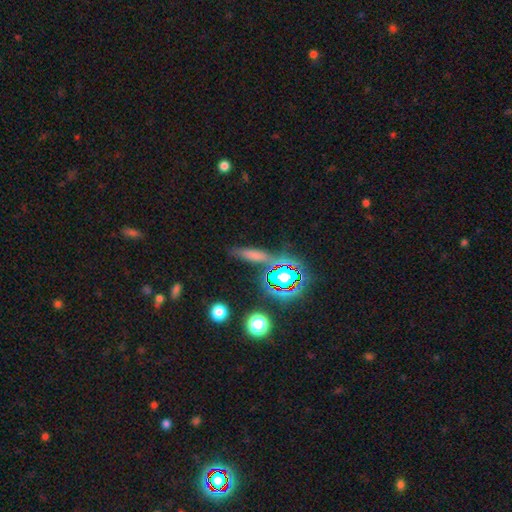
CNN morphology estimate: Smooth or featured? smooth (56%)
How rounded? cigar-shaped (73%)
Merging? none (75%)